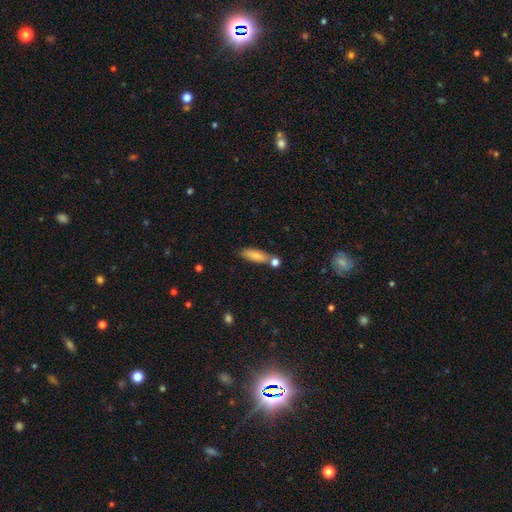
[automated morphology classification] smooth_or_featured: smooth (p=0.80) [alt: featured or disk p=0.13]
how_rounded: in between (p=0.51) [alt: cigar-shaped p=0.46]
merging: none (p=0.63) [alt: merger p=0.19]